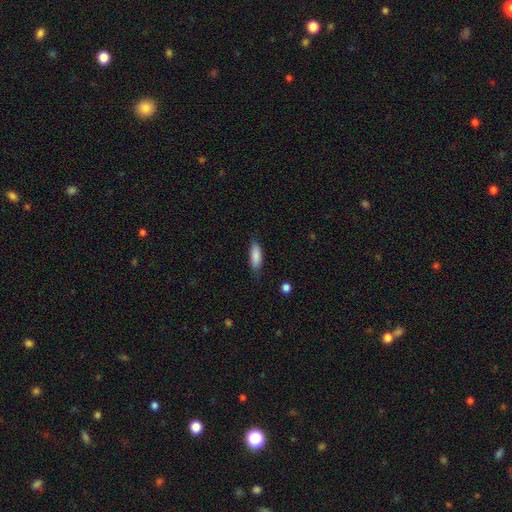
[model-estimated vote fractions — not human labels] The model was most divided on "how rounded": in between: 63%, cigar-shaped: 35%, round: 2%. More confident: smooth or featured — smooth (86%); merging — none (77%).